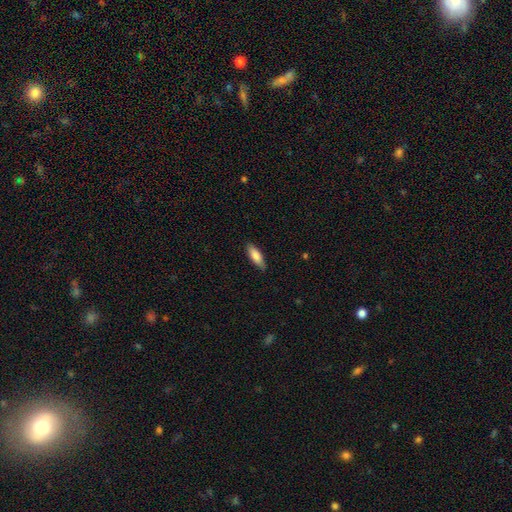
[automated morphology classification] Q: Smooth or featured?
A: smooth (83%); runner-up: featured or disk (12%)
Q: How rounded?
A: in between (60%); runner-up: cigar-shaped (38%)
Q: Merging?
A: none (83%); runner-up: minor disturbance (13%)